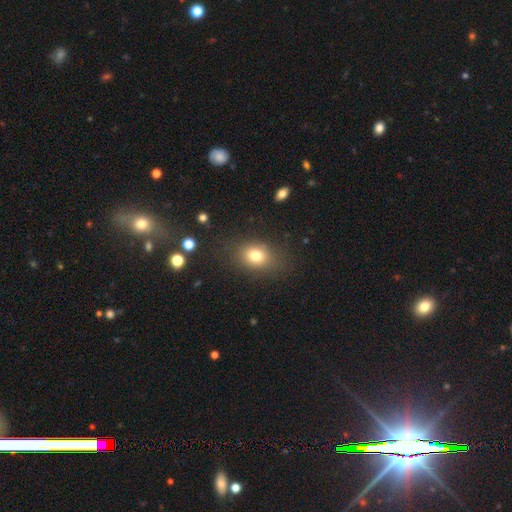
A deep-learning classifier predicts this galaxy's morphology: smooth-or-featured: smooth: 77% | star or artifact: 13% | featured or disk: 11%
  how-rounded: in between: 57% | round: 42% | cigar-shaped: 1%
  merging: none: 80% | minor disturbance: 13% | major disturbance: 6% | merger: 2%